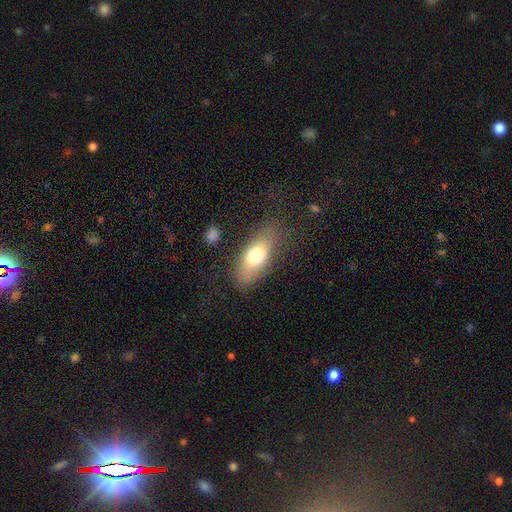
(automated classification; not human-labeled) Overall: smooth (71%). How rounded: in between (79%). Merging: none (72%).